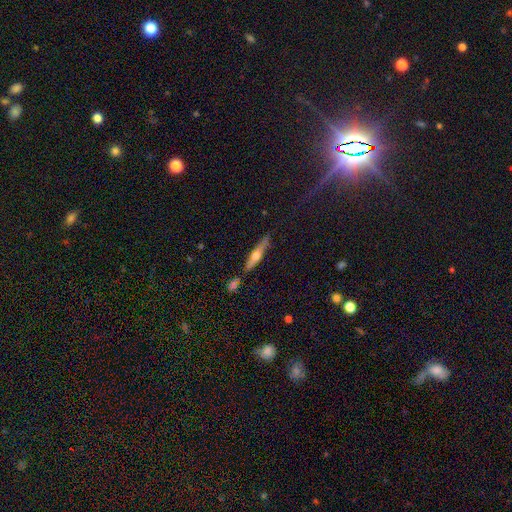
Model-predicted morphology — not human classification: Overall: featured or disk (50%; smooth 43%). Merging: none (75%).